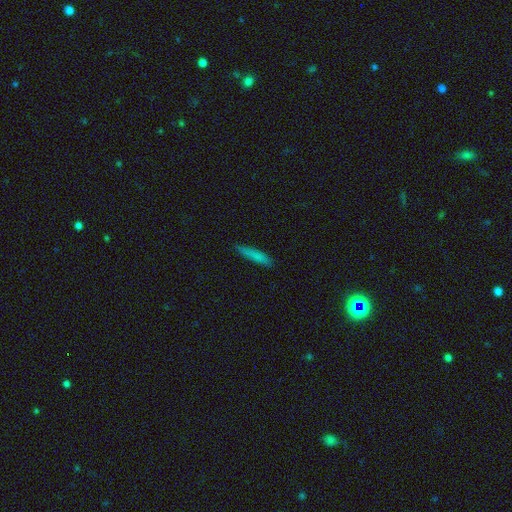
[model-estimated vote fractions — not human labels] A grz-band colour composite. It shows a smooth galaxy with no disk features (78%) that is cigar-shaped (89%). Merging: none (86%).